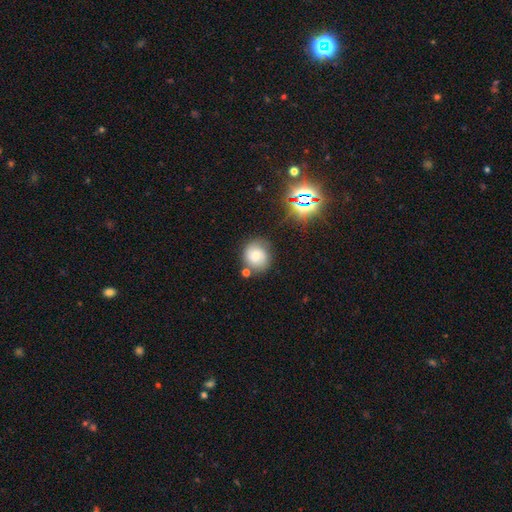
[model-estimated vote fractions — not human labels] Smooth or featured? Predicted: smooth (p=0.61). How rounded? Predicted: round (p=0.81). Merging? Predicted: none (p=0.69).